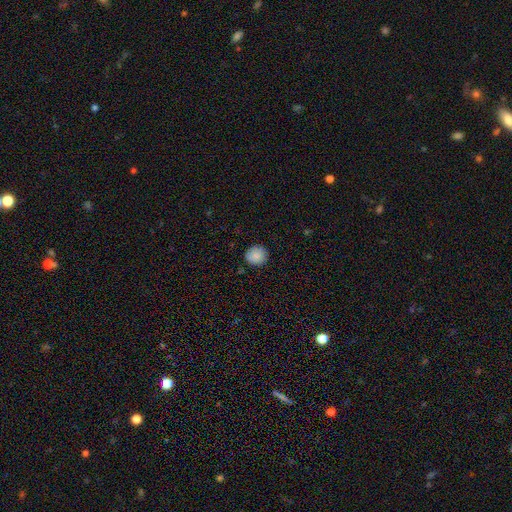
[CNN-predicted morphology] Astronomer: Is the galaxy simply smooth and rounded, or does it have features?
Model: smooth — 87%.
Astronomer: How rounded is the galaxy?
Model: round — 87%.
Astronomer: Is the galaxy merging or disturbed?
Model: none — 87%.